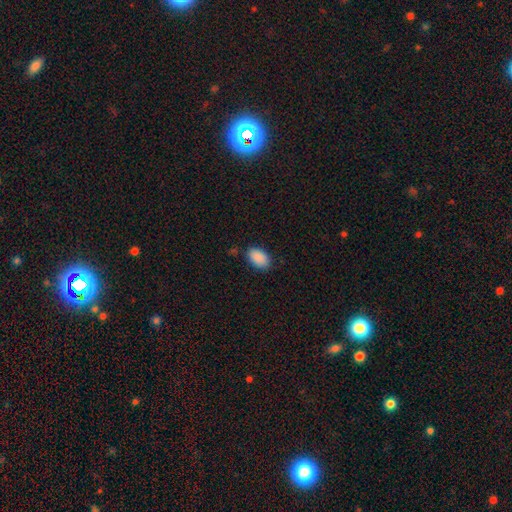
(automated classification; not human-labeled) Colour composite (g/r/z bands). It shows a smooth galaxy with no disk features (90%) that is in between round and cigar-shaped (93%). Merging: none (85%).